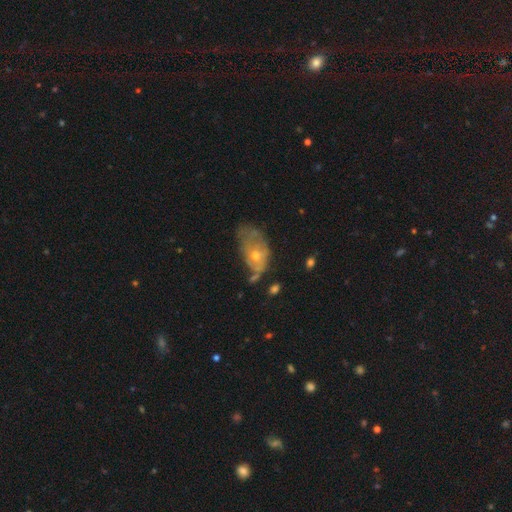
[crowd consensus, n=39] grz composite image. It shows a smooth galaxy with no disk features (51%) that is in between round and cigar-shaped (80%). Merging: major disturbance (38%).